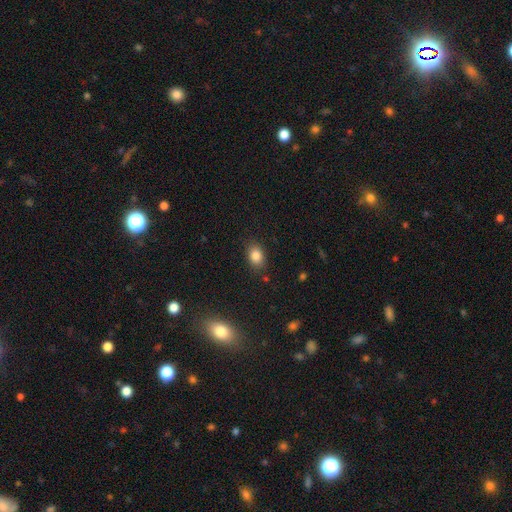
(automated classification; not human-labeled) smooth 84%, star or artifact 10%, featured or disk 6%. Down the decision tree: how rounded — in between (73%); merging — none (82%).